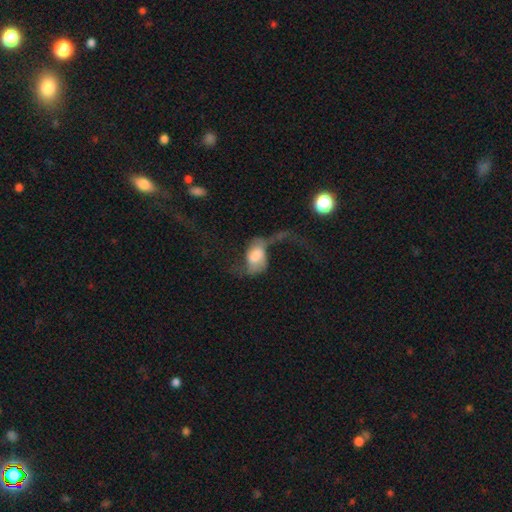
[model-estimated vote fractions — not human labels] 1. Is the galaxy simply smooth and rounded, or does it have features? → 52% featured or disk, 40% smooth, 8% star or artifact.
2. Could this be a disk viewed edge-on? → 95% no, 5% yes.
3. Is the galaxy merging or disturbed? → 58% major disturbance, 17% none, 12% merger, 12% minor disturbance.